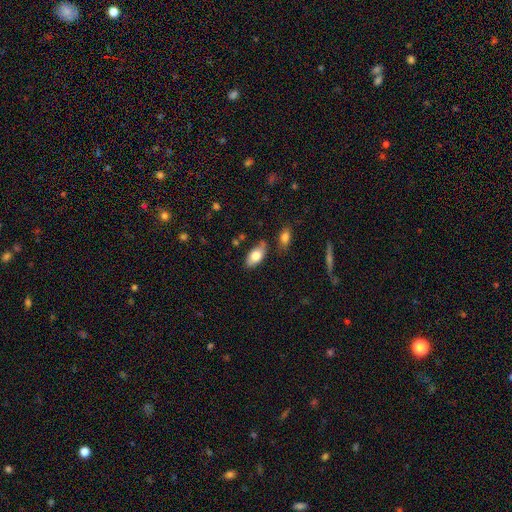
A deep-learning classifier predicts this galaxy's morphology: A smooth galaxy with no disk features (77%) that is in between round and cigar-shaped (93%). Merging: none (70%).